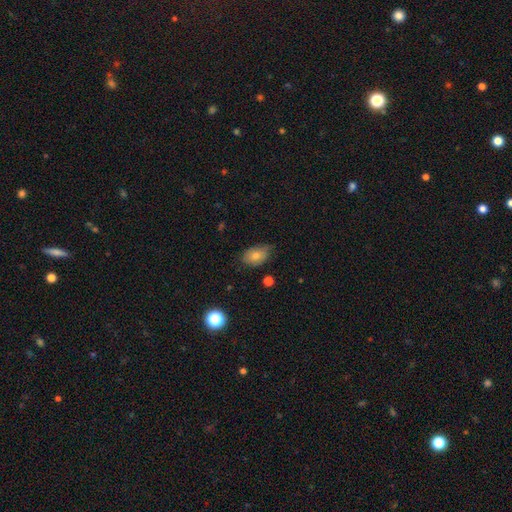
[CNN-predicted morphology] Smooth or featured? smooth (74%)
How rounded? in between (84%)
Merging? none (68%)